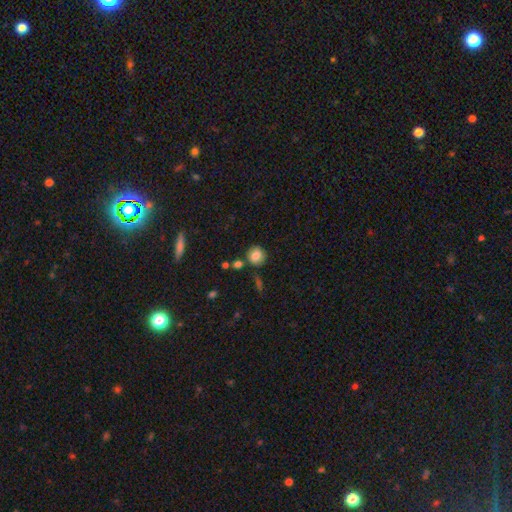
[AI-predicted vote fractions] smooth 80%, featured or disk 10%, star or artifact 10%. Down the decision tree: how rounded — round (84%); merging — none (79%).